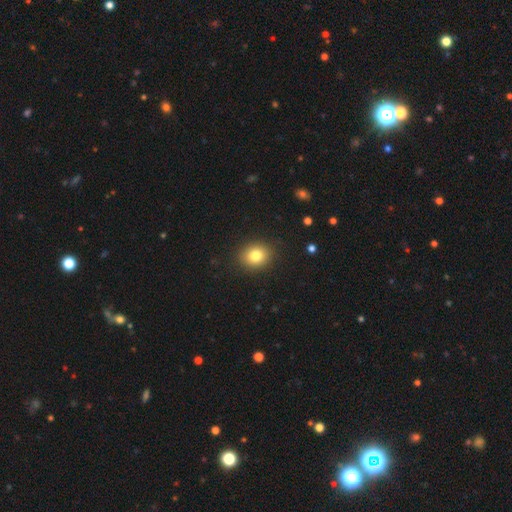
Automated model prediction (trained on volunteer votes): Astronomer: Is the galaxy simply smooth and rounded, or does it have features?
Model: smooth — 81%.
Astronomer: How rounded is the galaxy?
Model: round — 62%.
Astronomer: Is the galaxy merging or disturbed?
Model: none — 89%.